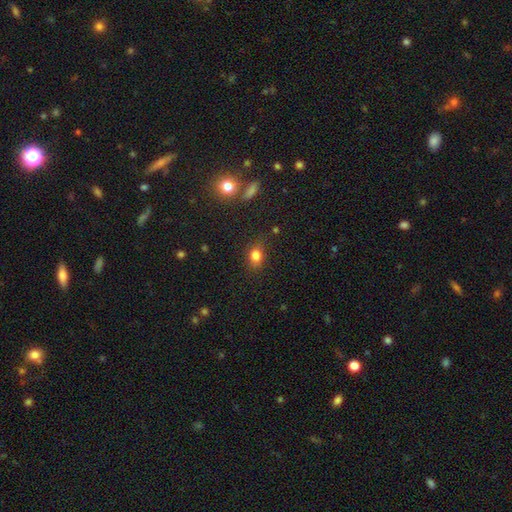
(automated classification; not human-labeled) Smooth or featured? Predicted: smooth (p=0.80). How rounded? Predicted: in between (p=0.56). Merging? Predicted: none (p=0.77).